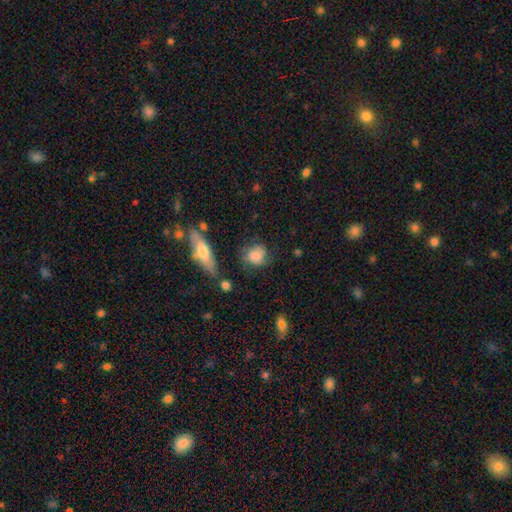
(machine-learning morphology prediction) A smooth galaxy with no disk features (71%) that is round (62%). Merging: none (60%).